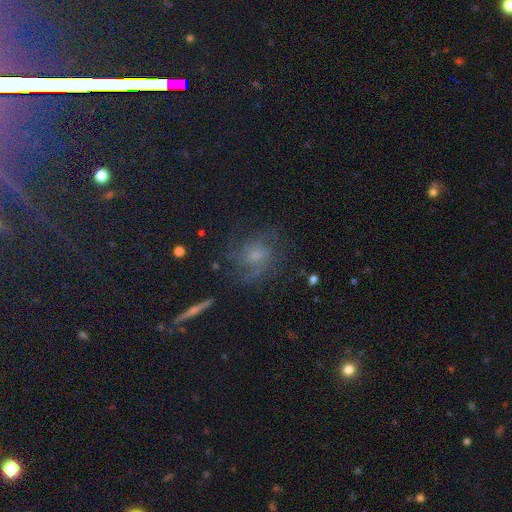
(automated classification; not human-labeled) Q: Smooth or featured?
A: featured or disk (61%); runner-up: smooth (21%)
Q: Edge-on disk?
A: no (94%); runner-up: yes (6%)
Q: Bar?
A: no (63%); runner-up: weak (32%)
Q: Spiral arms?
A: yes (88%); runner-up: no (12%)
Q: Spiral winding?
A: medium (46%); runner-up: tight (35%)
Q: Spiral arm count?
A: can't tell (37%); runner-up: 2 (22%)
Q: Bulge size?
A: small (39%); runner-up: moderate (37%)
Q: Merging?
A: none (68%); runner-up: minor disturbance (17%)